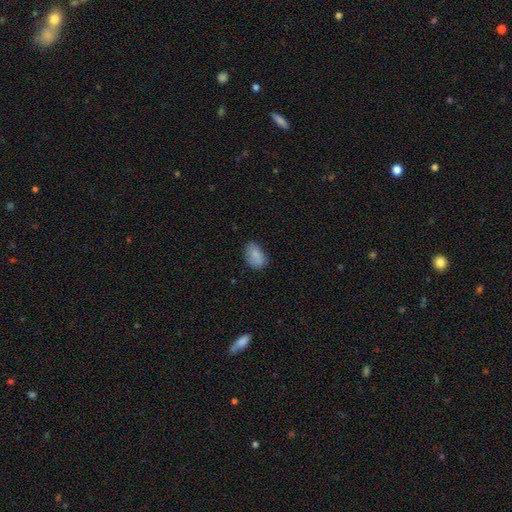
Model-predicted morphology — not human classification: Q: Smooth or featured?
A: smooth (79%); runner-up: featured or disk (13%)
Q: How rounded?
A: in between (89%); runner-up: round (9%)
Q: Merging?
A: none (69%); runner-up: minor disturbance (22%)